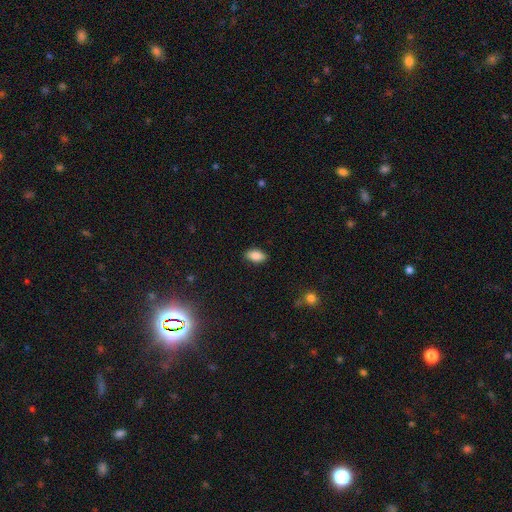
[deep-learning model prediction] Overall: smooth (87%). How rounded: in between (91%). Merging: none (88%).